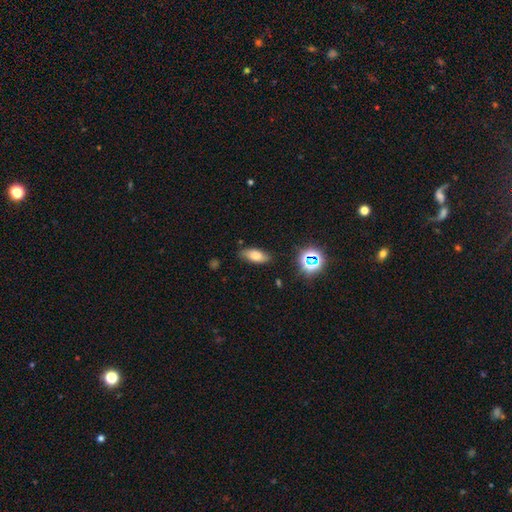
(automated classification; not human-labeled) smooth 74%, star or artifact 13%, featured or disk 13%. Down the decision tree: how rounded — in between (81%); merging — none (82%).